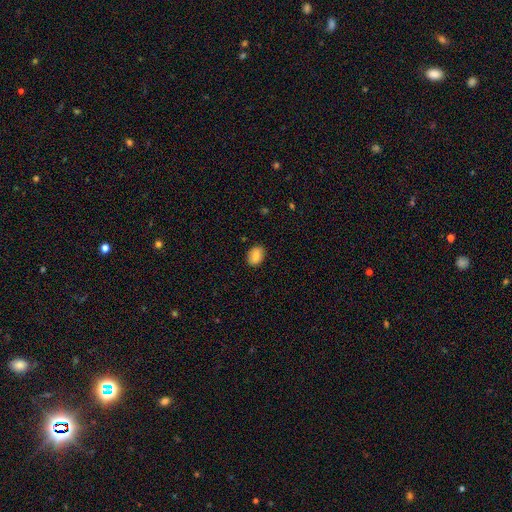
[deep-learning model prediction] Q: Smooth or featured?
A: smooth (85%); runner-up: star or artifact (8%)
Q: How rounded?
A: in between (72%); runner-up: round (27%)
Q: Merging?
A: none (88%); runner-up: minor disturbance (9%)